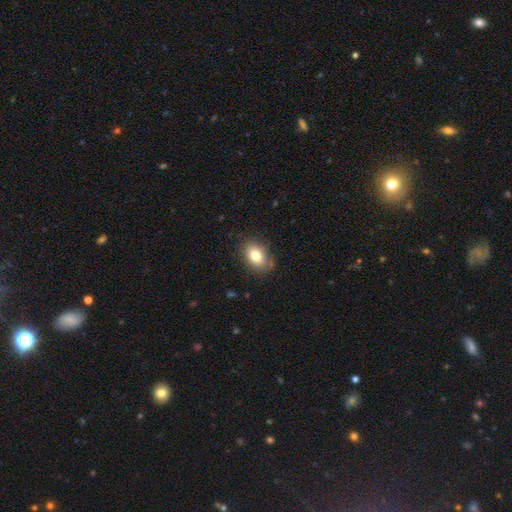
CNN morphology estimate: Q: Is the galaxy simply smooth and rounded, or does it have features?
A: smooth — 80%.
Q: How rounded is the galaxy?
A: in between — 80%.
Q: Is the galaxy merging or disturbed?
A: none — 81%.